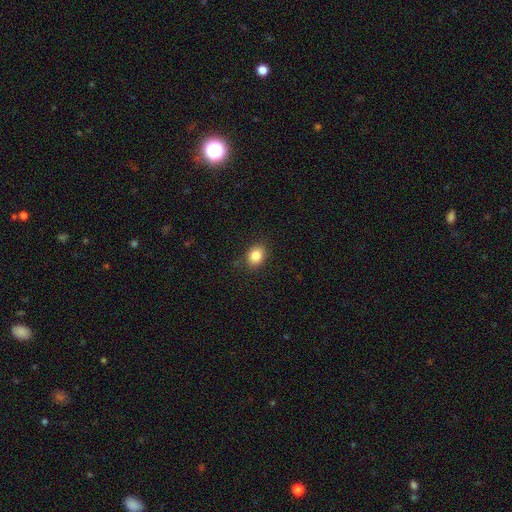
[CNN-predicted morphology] smooth_or_featured: smooth (p=0.84) [alt: star or artifact p=0.10]
how_rounded: in between (p=0.56) [alt: round p=0.43]
merging: none (p=0.86) [alt: minor disturbance p=0.10]